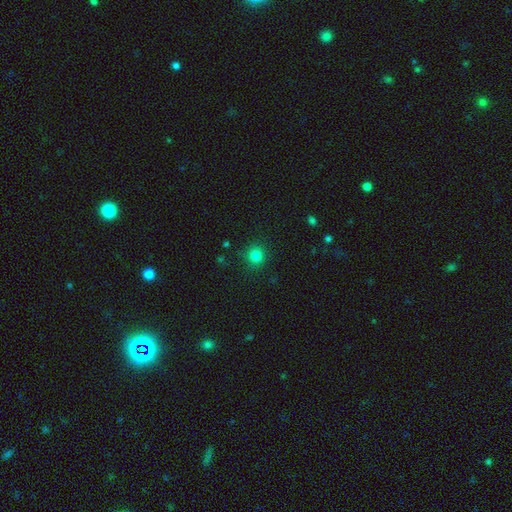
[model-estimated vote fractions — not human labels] smooth_or_featured: smooth (p=0.81) [alt: star or artifact p=0.14]
how_rounded: round (p=0.92) [alt: in between p=0.07]
merging: none (p=0.90) [alt: minor disturbance p=0.07]